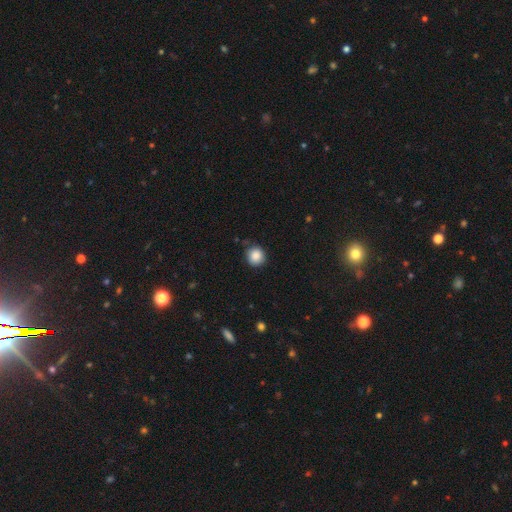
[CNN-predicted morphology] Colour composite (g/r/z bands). It shows a smooth galaxy with no disk features (87%) that is round (92%). Merging: none (82%).